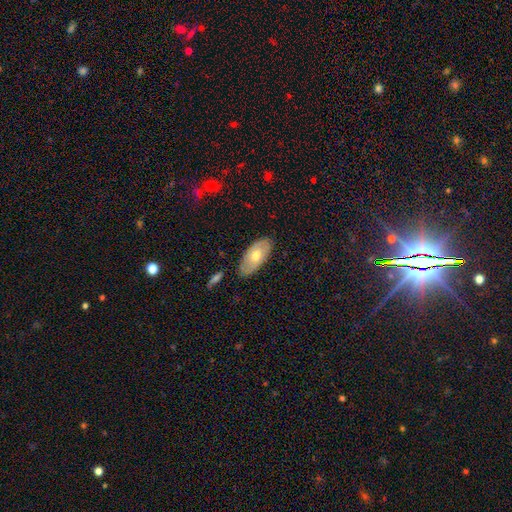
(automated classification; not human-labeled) Q: Smooth or featured?
A: smooth (56%); runner-up: featured or disk (38%)
Q: How rounded?
A: in between (91%); runner-up: cigar-shaped (6%)
Q: Merging?
A: none (80%); runner-up: minor disturbance (15%)